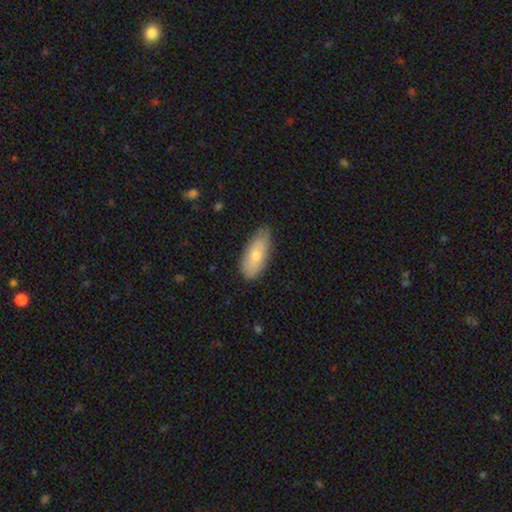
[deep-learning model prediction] Smooth or featured? smooth (71%)
How rounded? in between (83%)
Merging? none (74%)